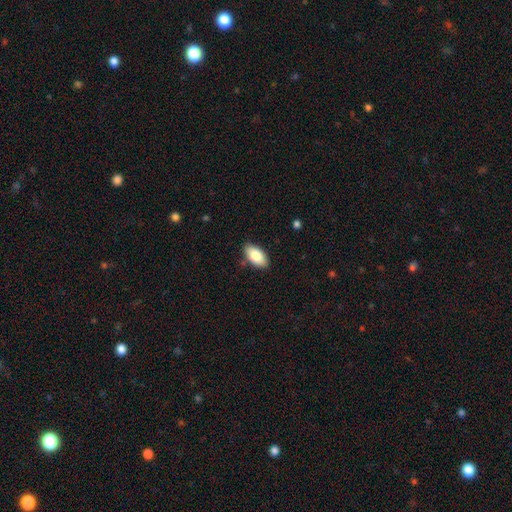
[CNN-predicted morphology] Smooth or featured? Predicted: smooth (p=0.85). How rounded? Predicted: in between (p=0.94). Merging? Predicted: none (p=0.85).